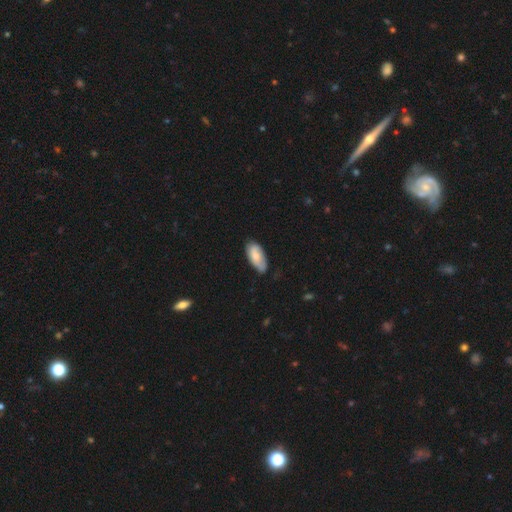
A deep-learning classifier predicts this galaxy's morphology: Smooth or featured? smooth (73%)
How rounded? in between (91%)
Merging? none (68%)